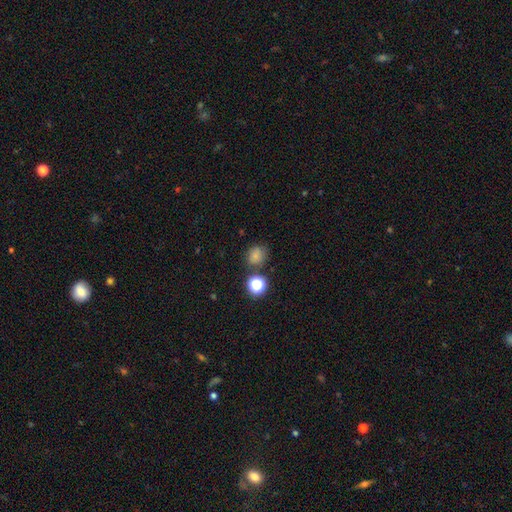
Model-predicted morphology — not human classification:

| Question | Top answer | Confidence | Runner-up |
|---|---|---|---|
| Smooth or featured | smooth | 74% | star or artifact (18%) |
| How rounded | round | 71% | in between (28%) |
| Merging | none | 72% | minor disturbance (15%) |